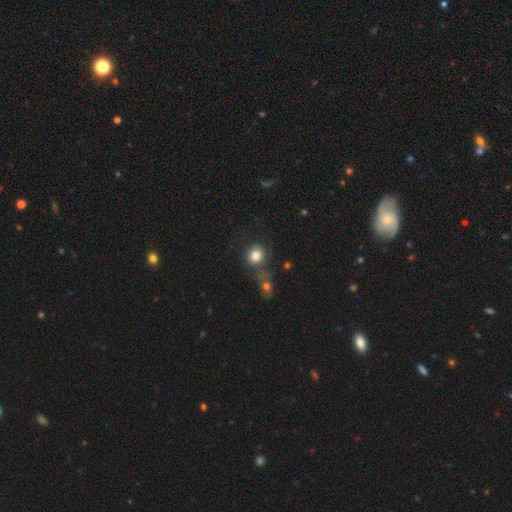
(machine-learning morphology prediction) Smooth or featured?
  - smooth: 81% *
  - star or artifact: 10%
  - featured or disk: 9%
How rounded?
  - round: 77% *
  - in between: 22%
  - cigar-shaped: 1%
Merging?
  - none: 57% *
  - merger: 19%
  - minor disturbance: 16%
  - major disturbance: 8%